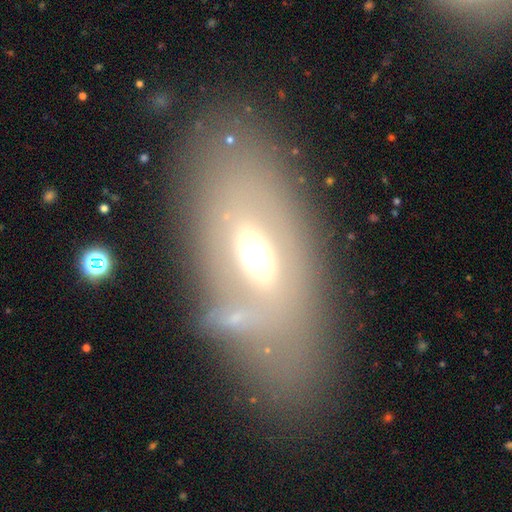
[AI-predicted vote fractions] This is possibly a featured or disk galaxy (46%). Merging: likely none (66%).